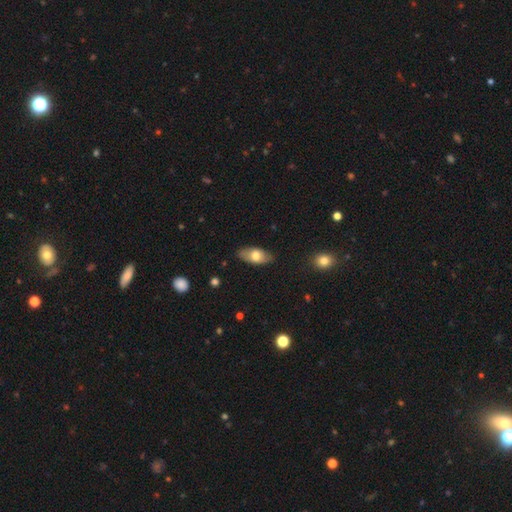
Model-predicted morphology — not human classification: A smooth galaxy with no disk features (69%) that is in between round and cigar-shaped (90%). Merging: none (82%).